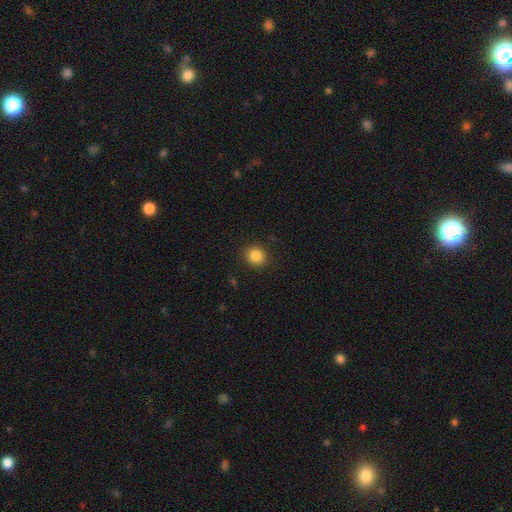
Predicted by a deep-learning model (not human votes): Morphology: type=smooth (85%); roundness=round (85%); merging=none (91%).